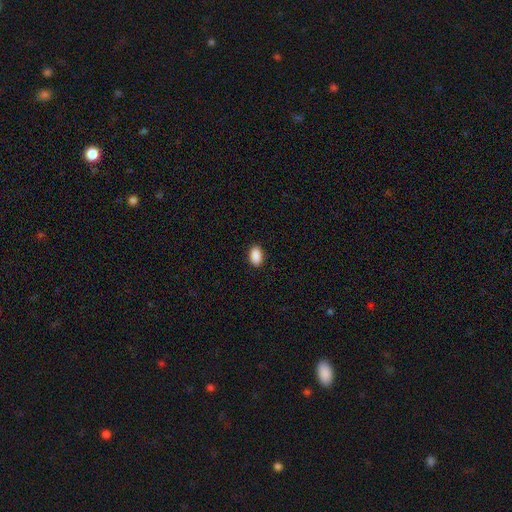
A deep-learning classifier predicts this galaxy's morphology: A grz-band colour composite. It shows a smooth galaxy with no disk features (90%) that is in between round and cigar-shaped (88%). Merging: none (90%).